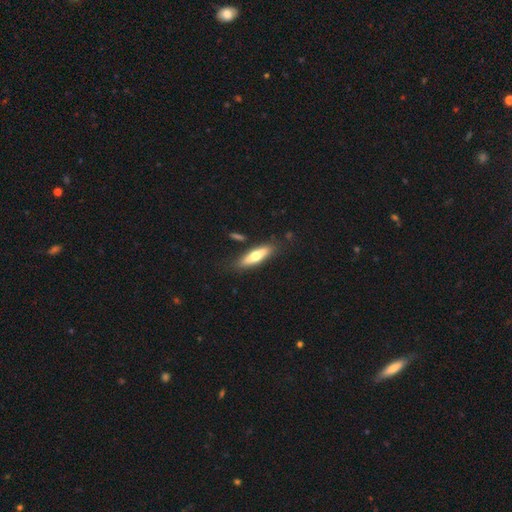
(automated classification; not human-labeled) Smooth or featured? smooth (53%)
How rounded? cigar-shaped (62%)
Merging? none (80%)